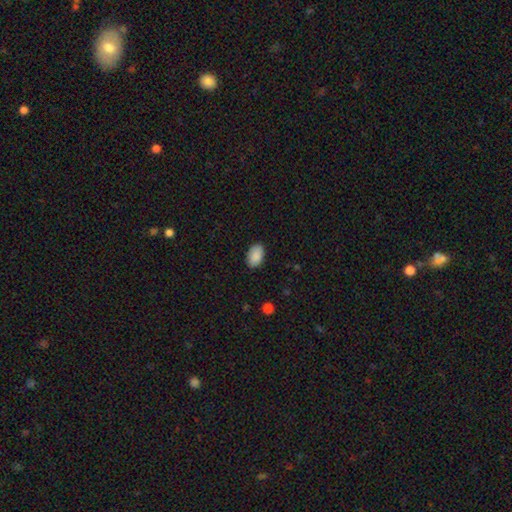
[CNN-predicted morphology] This appears to be a smooth galaxy with no disk features (90%) that is in between round and cigar-shaped (92%). Merging: none (87%).